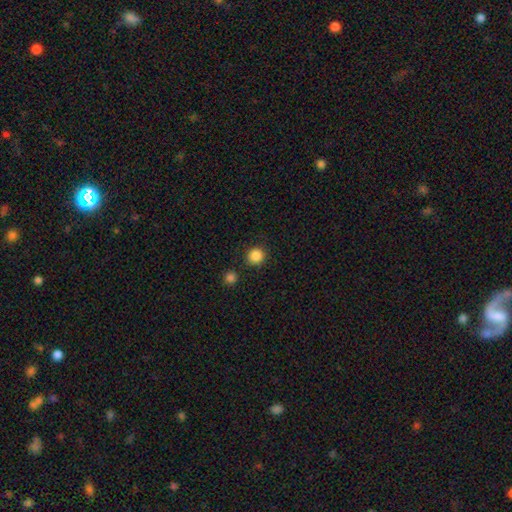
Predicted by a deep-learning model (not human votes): This appears to be a smooth galaxy with no disk features (86%) that is round (92%). Merging: none (88%).